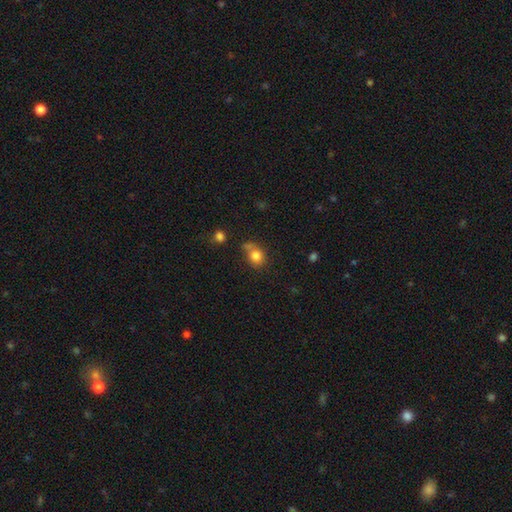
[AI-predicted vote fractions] Smooth or featured? smooth (82%)
How rounded? round (67%)
Merging? none (56%)